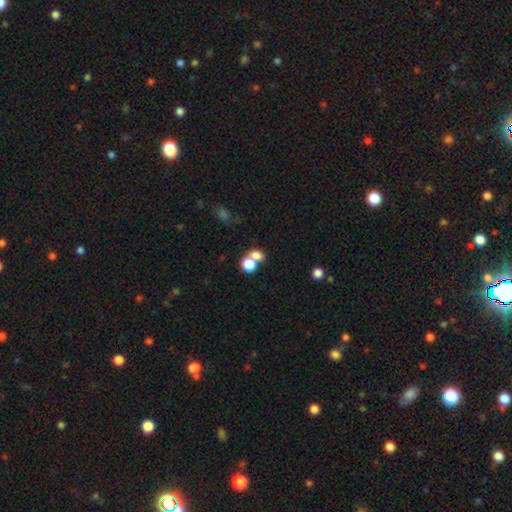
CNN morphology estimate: type=smooth (76%); roundness=round (50%); merging=merger (52%).